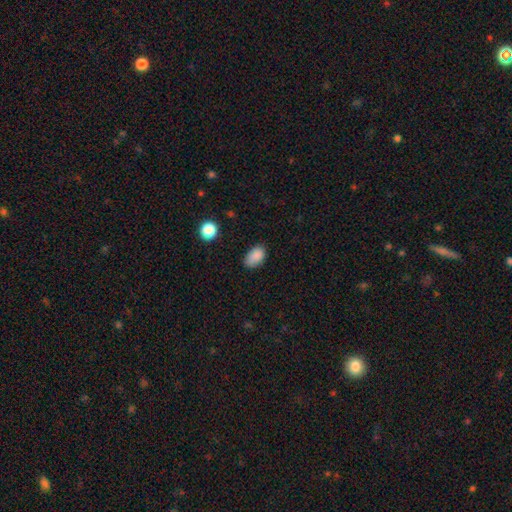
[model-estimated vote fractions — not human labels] Smooth or featured?
  - smooth: 87% *
  - star or artifact: 9%
  - featured or disk: 4%
How rounded?
  - in between: 90% *
  - round: 9%
  - cigar-shaped: 1%
Merging?
  - none: 70% *
  - minor disturbance: 24%
  - major disturbance: 4%
  - merger: 2%